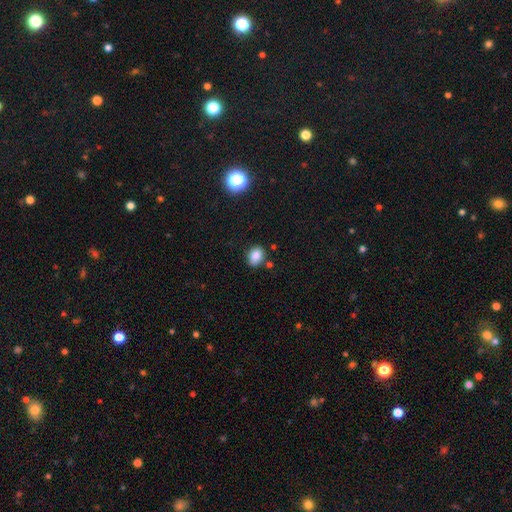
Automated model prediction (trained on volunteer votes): A smooth galaxy with no disk features (85%) that is in between round and cigar-shaped (65%).

Vote fractions:
- Smooth or featured? smooth: 85% / star or artifact: 11% / featured or disk: 5%
- How rounded? in between: 65% / round: 34% / cigar-shaped: 1%
- Merging? none: 75% / minor disturbance: 16% / merger: 6% / major disturbance: 4%